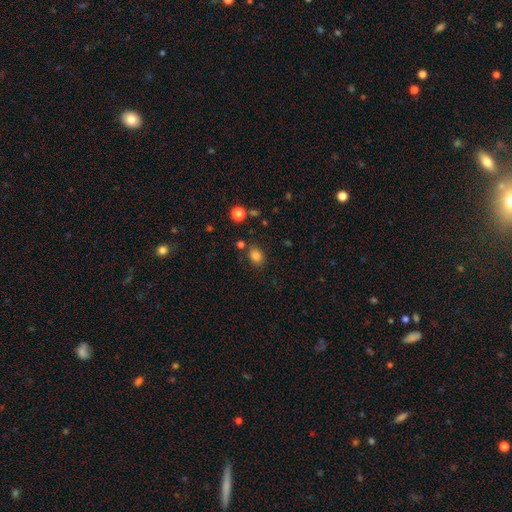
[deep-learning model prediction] This is clearly a smooth galaxy (82%). How rounded: possibly in between (54%). Merging: likely none (75%).